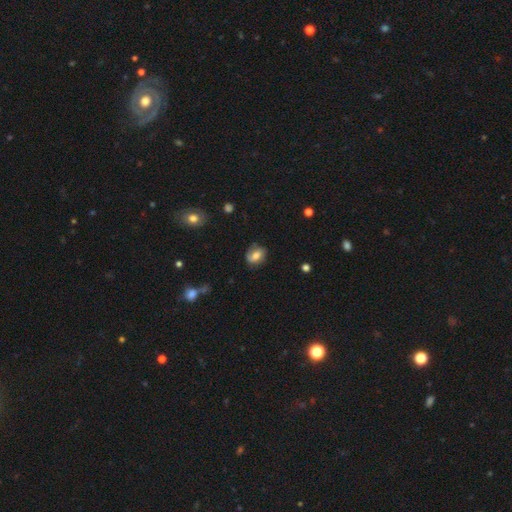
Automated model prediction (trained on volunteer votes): Q: Smooth or featured?
A: smooth (58%); runner-up: featured or disk (33%)
Q: How rounded?
A: in between (61%); runner-up: round (38%)
Q: Merging?
A: none (68%); runner-up: minor disturbance (23%)